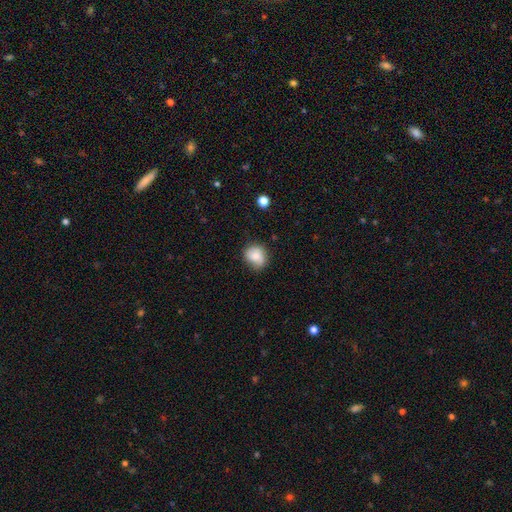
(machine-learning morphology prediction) This appears to be a smooth galaxy with no disk features (78%) that is round (69%). Merging: none (69%).